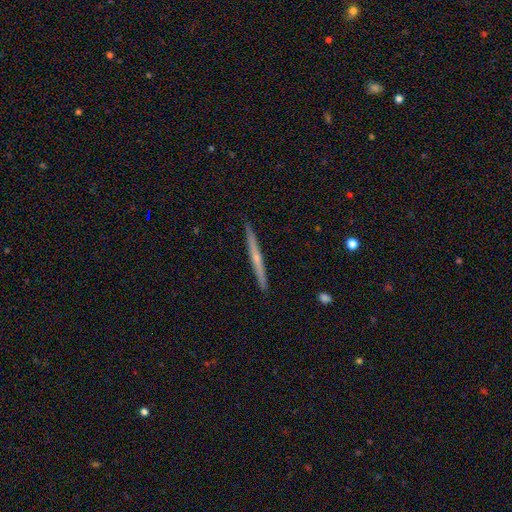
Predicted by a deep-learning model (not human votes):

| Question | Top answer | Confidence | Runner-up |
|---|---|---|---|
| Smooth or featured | featured or disk | 65% | smooth (29%) |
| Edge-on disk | yes | 98% | no (2%) |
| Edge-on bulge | rounded | 51% | none (46%) |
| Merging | none | 92% | minor disturbance (6%) |